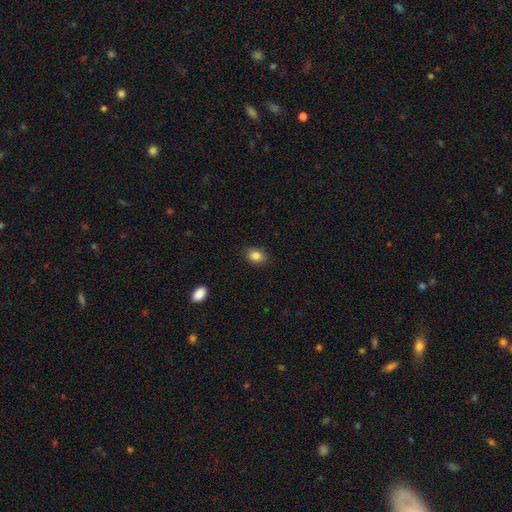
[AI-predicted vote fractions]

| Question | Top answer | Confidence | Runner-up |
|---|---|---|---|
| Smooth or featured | smooth | 85% | star or artifact (9%) |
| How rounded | in between | 65% | round (34%) |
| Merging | none | 86% | minor disturbance (10%) |